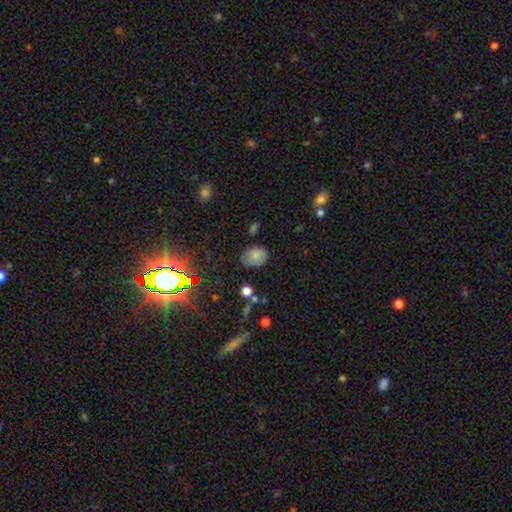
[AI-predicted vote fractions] A smooth galaxy with no disk features (78%) that is in between round and cigar-shaped (69%). Merging: none (67%).